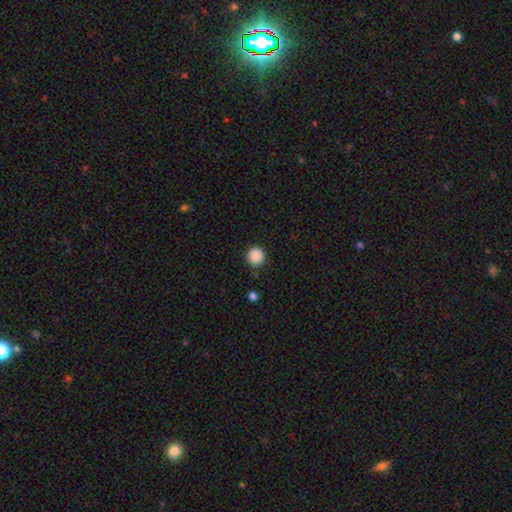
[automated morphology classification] Q: Smooth or featured?
A: smooth (88%); runner-up: star or artifact (10%)
Q: How rounded?
A: round (94%); runner-up: in between (5%)
Q: Merging?
A: none (88%); runner-up: minor disturbance (8%)